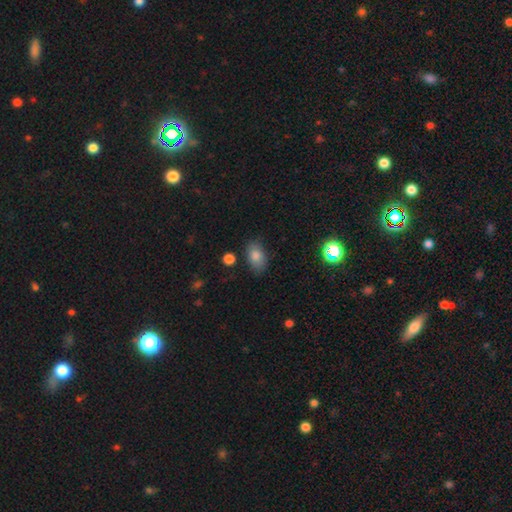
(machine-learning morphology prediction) Q: Smooth or featured?
A: smooth (81%); runner-up: star or artifact (10%)
Q: How rounded?
A: in between (87%); runner-up: round (11%)
Q: Merging?
A: none (79%); runner-up: minor disturbance (15%)